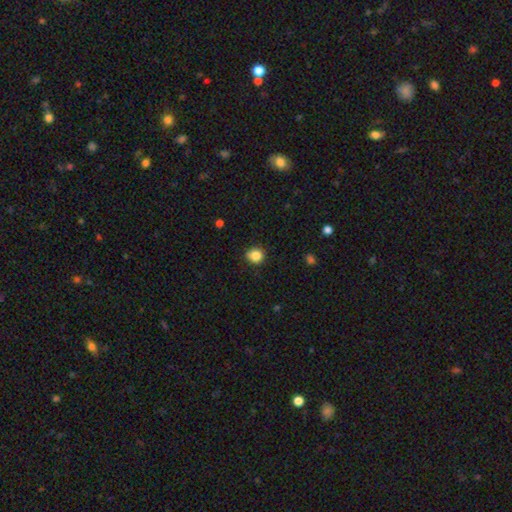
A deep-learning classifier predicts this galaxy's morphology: Smooth or featured? Predicted: smooth (p=0.84). How rounded? Predicted: round (p=0.86). Merging? Predicted: none (p=0.78).